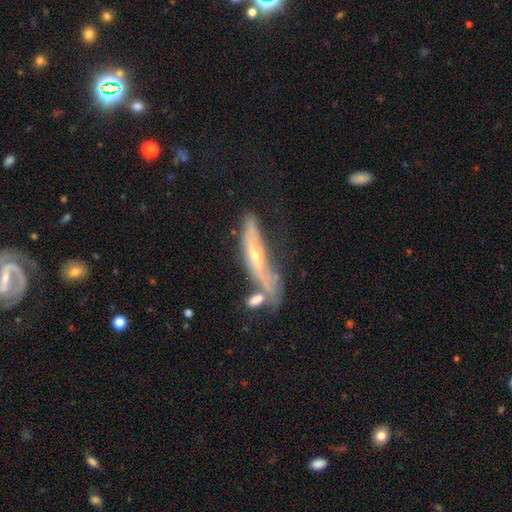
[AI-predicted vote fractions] smooth_or_featured: featured or disk (p=0.65) [alt: smooth p=0.27]
disk_edge_on: yes (p=0.73) [alt: no p=0.27]
merging: none (p=0.40) [alt: minor disturbance p=0.23]